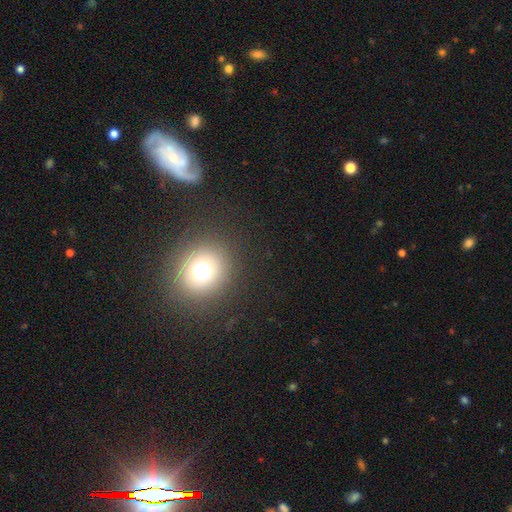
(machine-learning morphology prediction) smooth-or-featured: smooth: 51% | star or artifact: 36% | featured or disk: 13%
  how-rounded: round: 76% | in between: 22% | cigar-shaped: 2%
  merging: none: 86% | minor disturbance: 7% | merger: 4% | major disturbance: 3%